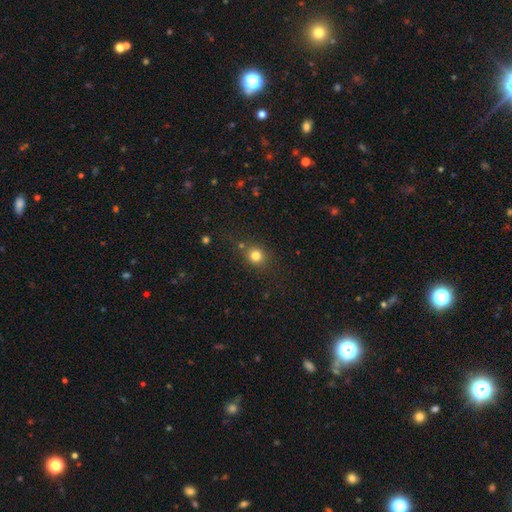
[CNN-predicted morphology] Q: Smooth or featured?
A: smooth (80%); runner-up: star or artifact (13%)
Q: How rounded?
A: round (80%); runner-up: in between (19%)
Q: Merging?
A: none (77%); runner-up: minor disturbance (12%)